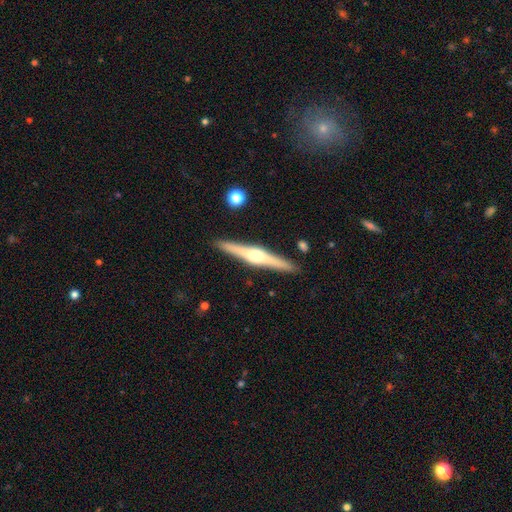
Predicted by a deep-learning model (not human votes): Smooth or featured?
  - featured or disk: 78% *
  - smooth: 17%
  - star or artifact: 5%
Edge-on disk?
  - yes: 98% *
  - no: 2%
Edge-on bulge?
  - rounded: 92% *
  - boxy: 6%
  - none: 3%
Merging?
  - none: 91% *
  - minor disturbance: 6%
  - merger: 1%
  - major disturbance: 1%